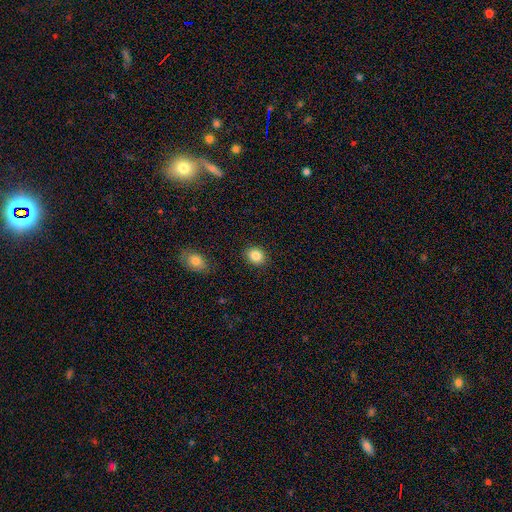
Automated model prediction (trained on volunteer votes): Smooth or featured?
  - smooth: 86% *
  - star or artifact: 9%
  - featured or disk: 5%
How rounded?
  - round: 64% *
  - in between: 35%
  - cigar-shaped: 1%
Merging?
  - none: 88% *
  - minor disturbance: 8%
  - major disturbance: 2%
  - merger: 2%